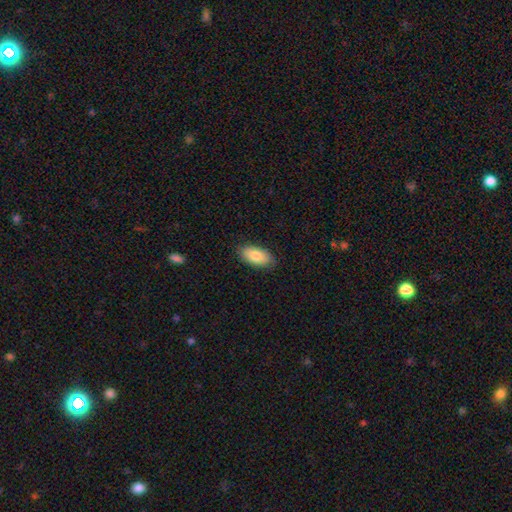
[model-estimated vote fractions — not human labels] Smooth or featured: smooth — 82% (featured or disk — 11%)
How rounded: in between — 93% (cigar-shaped — 4%)
Merging: none — 86% (minor disturbance — 11%)